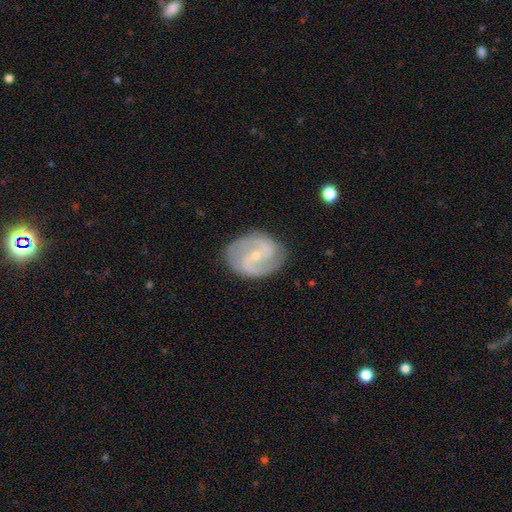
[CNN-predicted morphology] Smooth or featured?
  - featured or disk: 89% *
  - smooth: 7%
  - star or artifact: 5%
Edge-on disk?
  - no: 98% *
  - yes: 2%
Bar?
  - weak: 44% *
  - no: 41%
  - strong: 16%
Spiral arms?
  - yes: 97% *
  - no: 3%
Spiral winding?
  - medium: 53% *
  - tight: 35%
  - loose: 12%
Spiral arm count?
  - 2: 87% *
  - 3: 5%
  - can't tell: 4%
  - 1: 2%
  - 4: 1%
  - more than 4: 1%
Bulge size?
  - small: 74% *
  - moderate: 22%
  - none: 2%
  - large: 1%
  - dominant: 1%
Merging?
  - none: 82% *
  - minor disturbance: 13%
  - major disturbance: 4%
  - merger: 1%